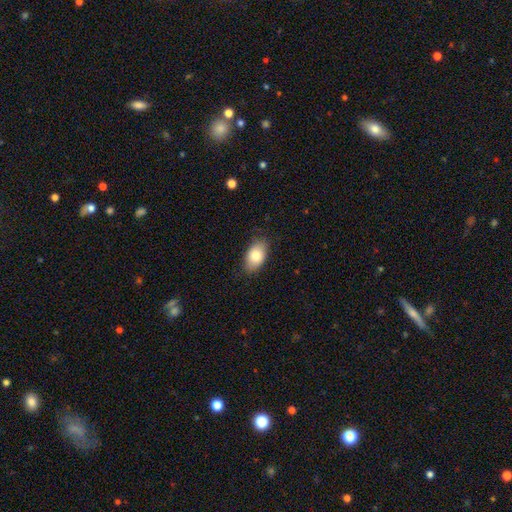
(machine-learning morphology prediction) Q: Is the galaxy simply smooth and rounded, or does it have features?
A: smooth — 82%.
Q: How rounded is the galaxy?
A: in between — 92%.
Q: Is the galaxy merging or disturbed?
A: none — 81%.